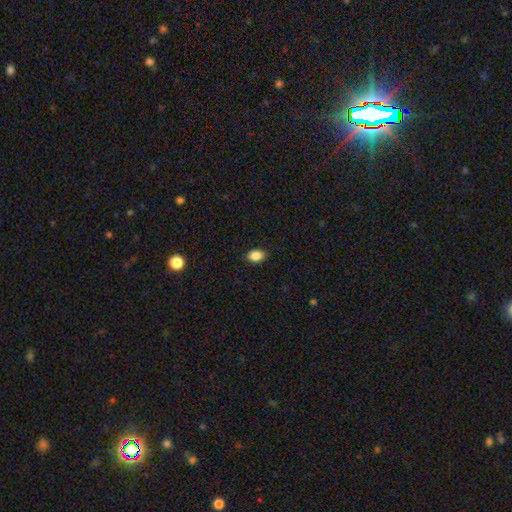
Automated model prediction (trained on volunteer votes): smooth 86%, star or artifact 9%, featured or disk 5%. Down the decision tree: how rounded — in between (82%); merging — none (89%).